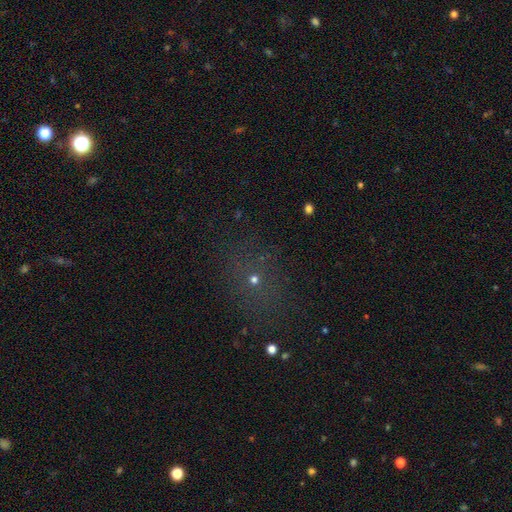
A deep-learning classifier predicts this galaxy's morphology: Smooth or featured? Predicted: star or artifact (p=0.49).